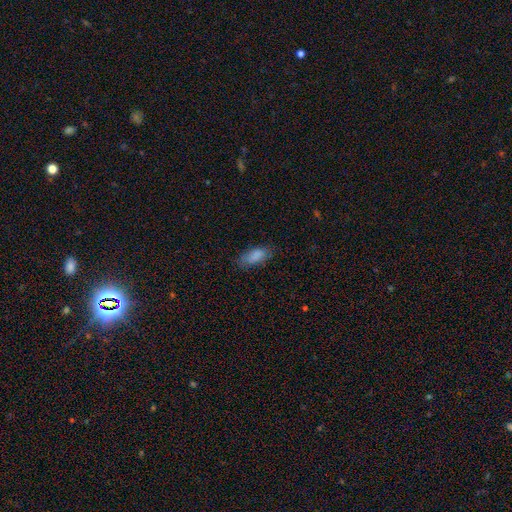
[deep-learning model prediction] smooth-or-featured: smooth: 84% | star or artifact: 8% | featured or disk: 8%
  how-rounded: in between: 85% | cigar-shaped: 12% | round: 2%
  merging: none: 73% | minor disturbance: 20% | major disturbance: 6% | merger: 1%